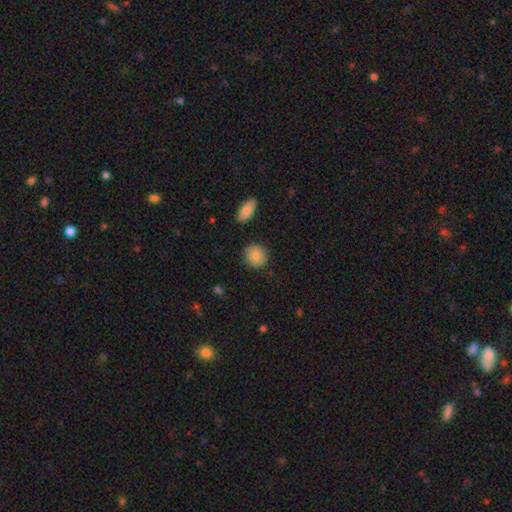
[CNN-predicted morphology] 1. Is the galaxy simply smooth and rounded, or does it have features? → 87% smooth, 7% star or artifact, 6% featured or disk.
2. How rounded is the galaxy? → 87% round, 11% in between, 1% cigar-shaped.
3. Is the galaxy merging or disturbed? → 89% none, 7% minor disturbance, 2% major disturbance, 2% merger.